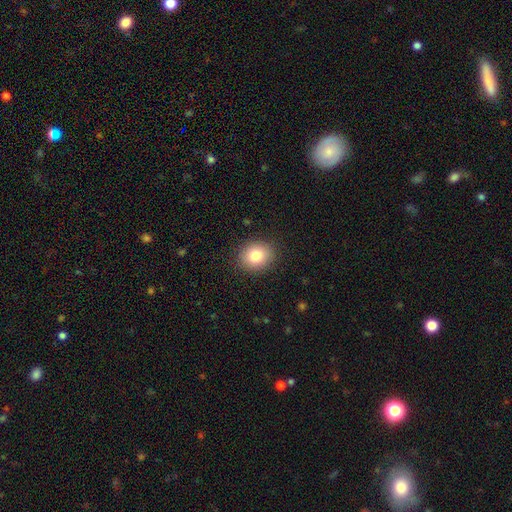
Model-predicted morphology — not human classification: A smooth galaxy with no disk features (81%) that is round (66%). Merging: none (89%).